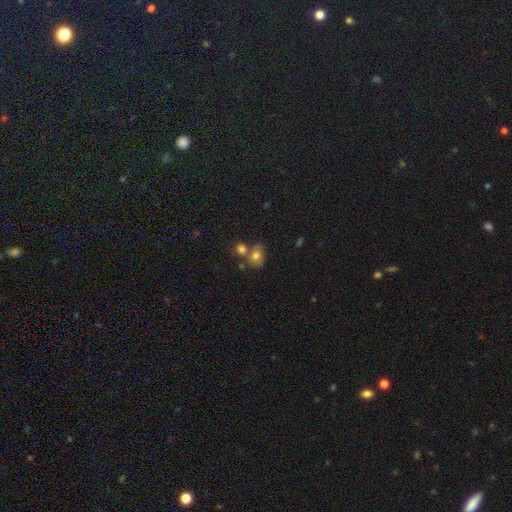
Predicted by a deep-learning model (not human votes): A smooth galaxy with no disk features (73%) that is in between round and cigar-shaped (53%).

Vote fractions:
- Smooth or featured? smooth: 73% / featured or disk: 16% / star or artifact: 12%
- How rounded? in between: 53% / round: 46% / cigar-shaped: 1%
- Merging? none: 44% / merger: 36% / minor disturbance: 14% / major disturbance: 5%